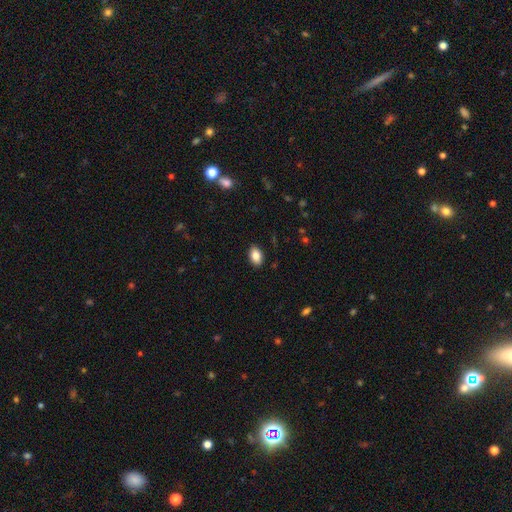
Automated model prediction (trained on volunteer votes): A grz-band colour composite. It shows a smooth galaxy with no disk features (86%) that is in between round and cigar-shaped (89%). Merging: none (88%).